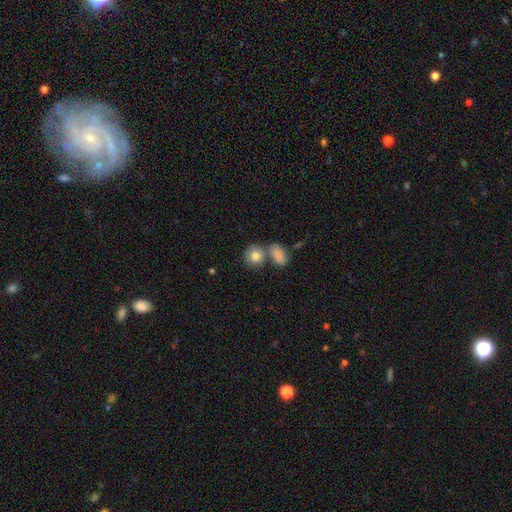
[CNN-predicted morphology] A smooth galaxy with no disk features (82%) that is round (71%). Merging: none (51%).